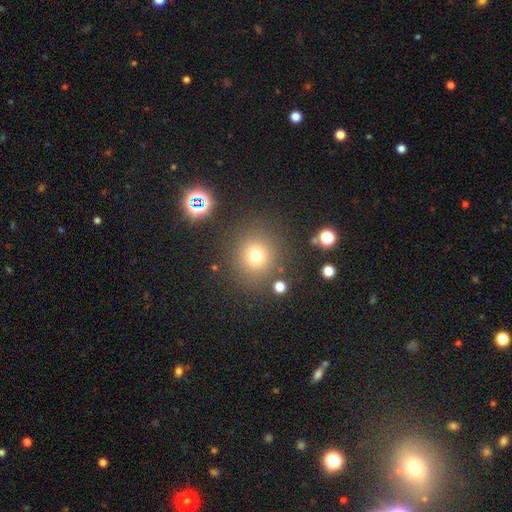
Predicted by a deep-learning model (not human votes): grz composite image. It shows a smooth galaxy with no disk features (73%) that is round (89%). Merging: none (84%).